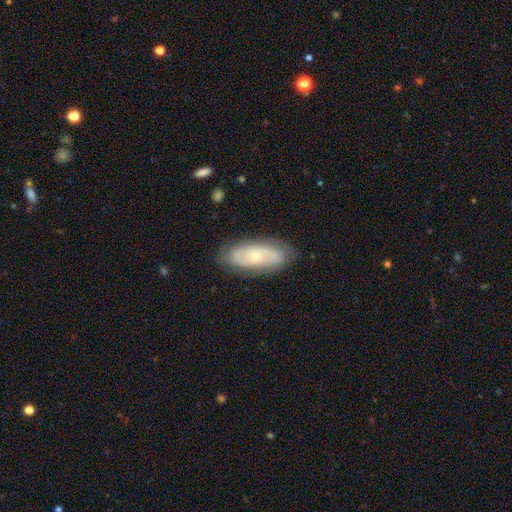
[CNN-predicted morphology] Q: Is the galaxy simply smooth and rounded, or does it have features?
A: featured or disk — 62%.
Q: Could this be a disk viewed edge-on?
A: no — 89%.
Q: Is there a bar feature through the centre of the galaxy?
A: no — 75%.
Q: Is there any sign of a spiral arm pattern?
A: yes — 83%.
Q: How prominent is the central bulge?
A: small — 71%.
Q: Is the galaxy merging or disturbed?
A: none — 82%.